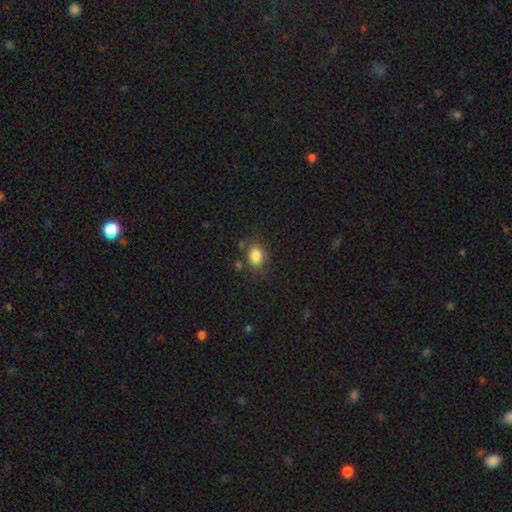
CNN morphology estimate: Smooth or featured?
  - smooth: 83% *
  - star or artifact: 10%
  - featured or disk: 6%
How rounded?
  - in between: 62% *
  - round: 37%
  - cigar-shaped: 1%
Merging?
  - none: 73% *
  - minor disturbance: 16%
  - merger: 5%
  - major disturbance: 5%